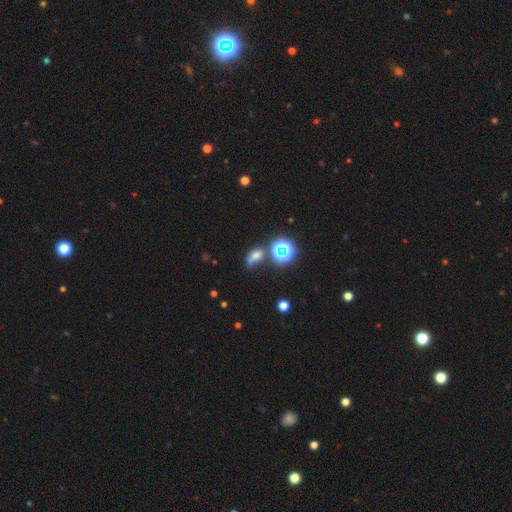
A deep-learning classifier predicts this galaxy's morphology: A smooth galaxy with no disk features (55%) that is in between round and cigar-shaped (70%).

Vote fractions:
- Smooth or featured? smooth: 55% / star or artifact: 30% / featured or disk: 15%
- How rounded? in between: 70% / round: 26% / cigar-shaped: 4%
- Merging? none: 41% / minor disturbance: 27% / major disturbance: 17% / merger: 15%